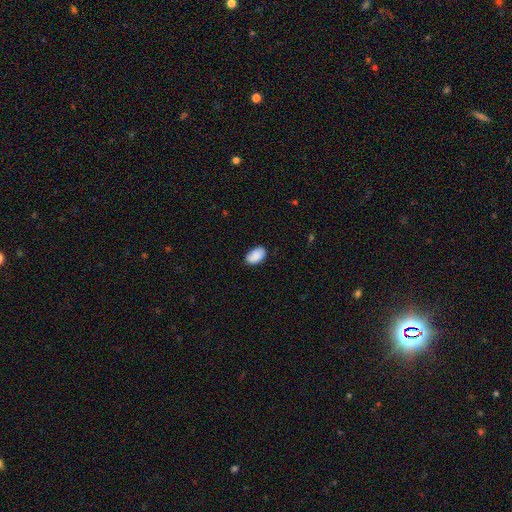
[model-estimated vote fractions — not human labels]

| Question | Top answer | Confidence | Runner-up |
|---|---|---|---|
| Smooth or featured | smooth | 89% | star or artifact (6%) |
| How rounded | in between | 94% | round (5%) |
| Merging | none | 79% | minor disturbance (17%) |